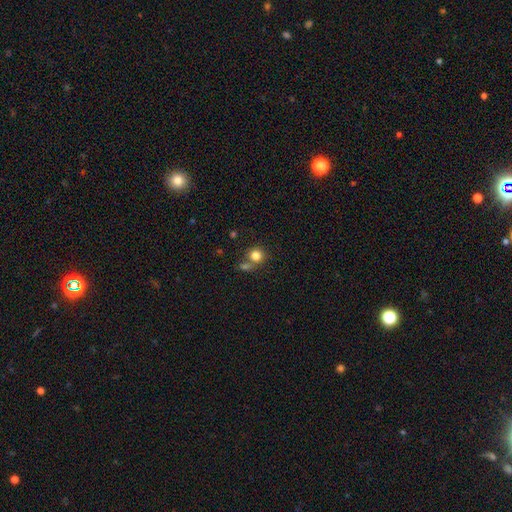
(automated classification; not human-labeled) Q: Smooth or featured?
A: smooth (82%); runner-up: star or artifact (11%)
Q: How rounded?
A: round (86%); runner-up: in between (13%)
Q: Merging?
A: none (59%); runner-up: merger (26%)